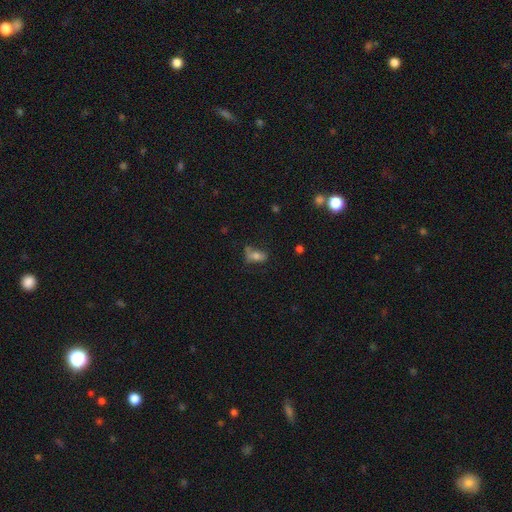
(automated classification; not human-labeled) Smooth or featured: smooth — 64% (featured or disk — 23%)
How rounded: in between — 81% (cigar-shaped — 12%)
Merging: none — 38% (minor disturbance — 29%)